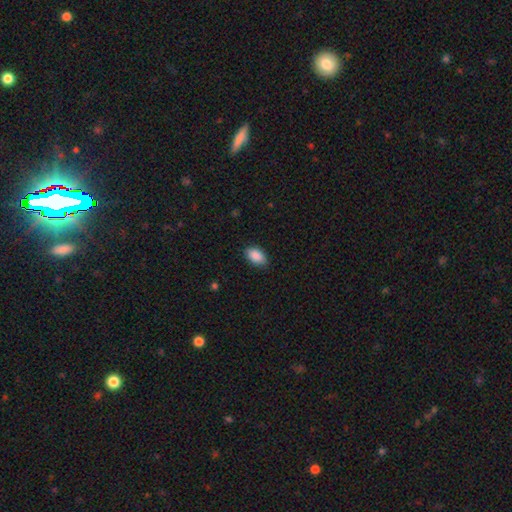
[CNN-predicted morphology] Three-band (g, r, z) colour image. It shows a smooth galaxy with no disk features (89%) that is in between round and cigar-shaped (92%). Merging: none (86%).